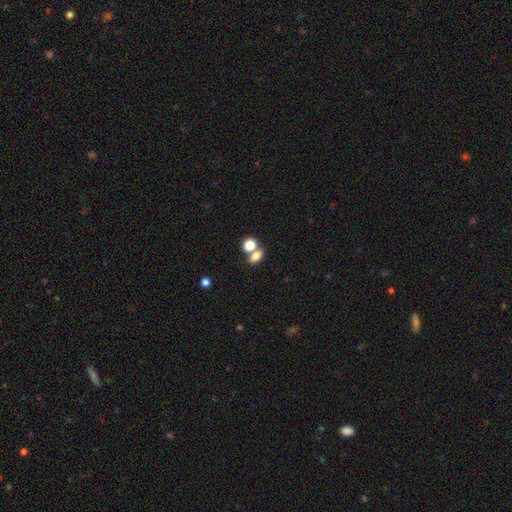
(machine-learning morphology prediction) smooth 76%, star or artifact 12%, featured or disk 12%. Down the decision tree: how rounded — in between (68%); merging — none (45%).